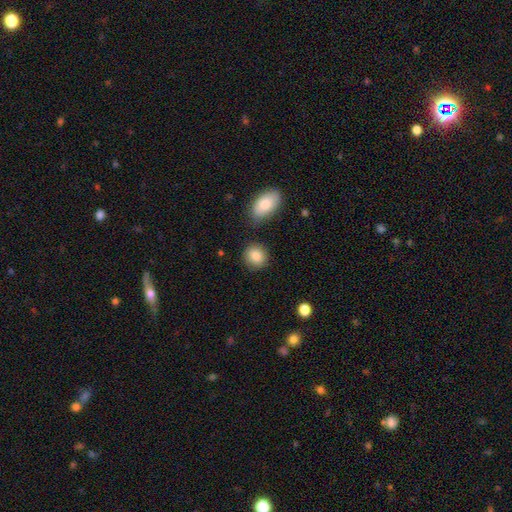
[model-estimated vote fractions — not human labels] Overall: smooth (86%). How rounded: round (80%). Merging: none (83%).